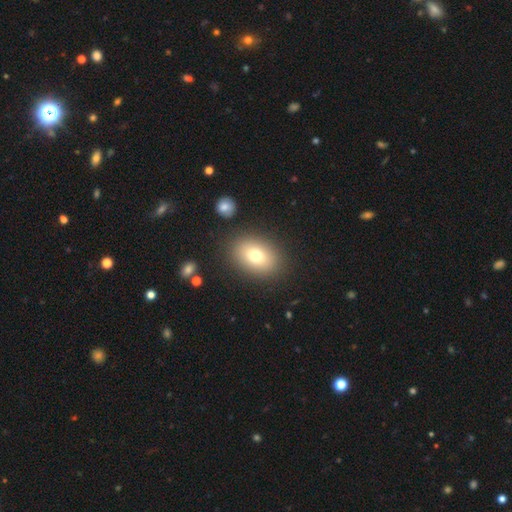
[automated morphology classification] Smooth or featured? smooth (76%)
How rounded? in between (75%)
Merging? none (86%)